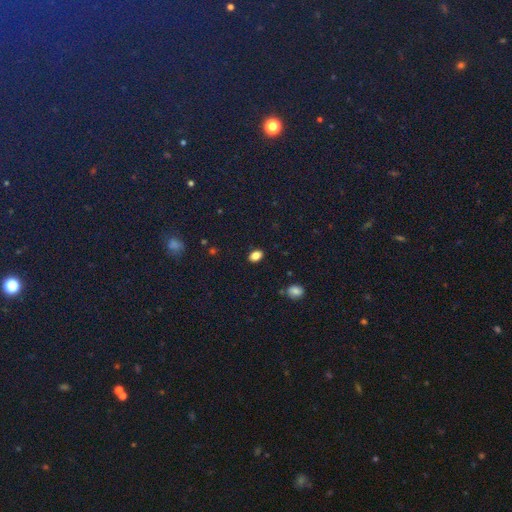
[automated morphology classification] This appears to be a smooth galaxy with no disk features (83%) that is in between round and cigar-shaped (81%). Merging: none (87%).